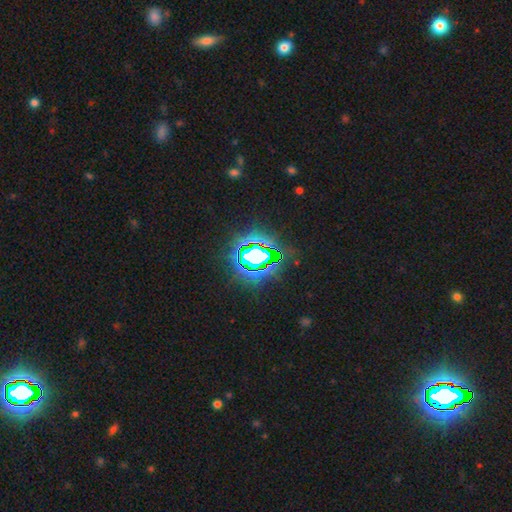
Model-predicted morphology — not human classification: Q: Smooth or featured?
A: star or artifact (75%); runner-up: smooth (14%)